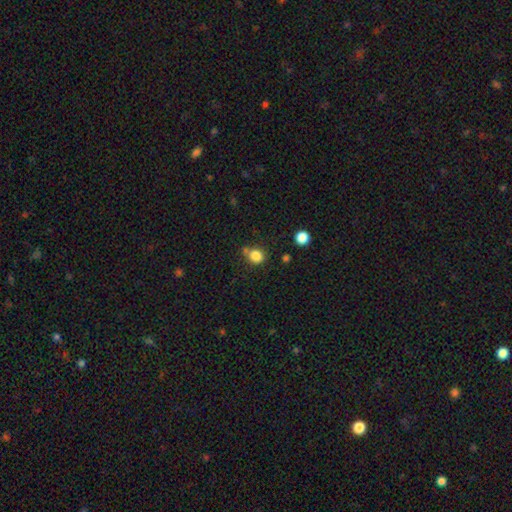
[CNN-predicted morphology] Smooth or featured: smooth — 84% (star or artifact — 12%)
How rounded: round — 75% (in between — 24%)
Merging: none — 70% (minor disturbance — 14%)